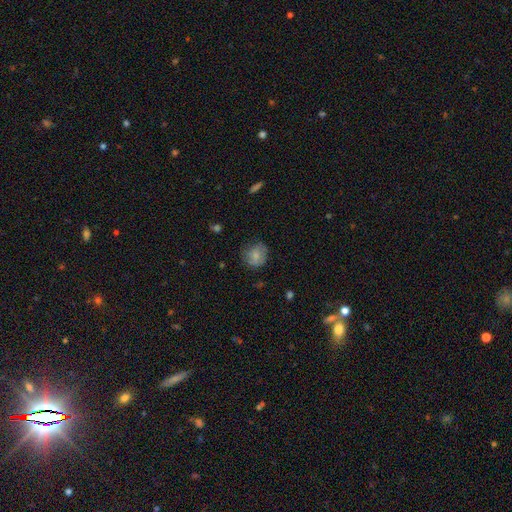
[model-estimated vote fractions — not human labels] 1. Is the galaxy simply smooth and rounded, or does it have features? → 74% smooth, 18% featured or disk, 9% star or artifact.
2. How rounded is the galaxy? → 78% round, 21% in between, 1% cigar-shaped.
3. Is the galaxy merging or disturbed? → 69% none, 22% minor disturbance, 7% major disturbance, 1% merger.